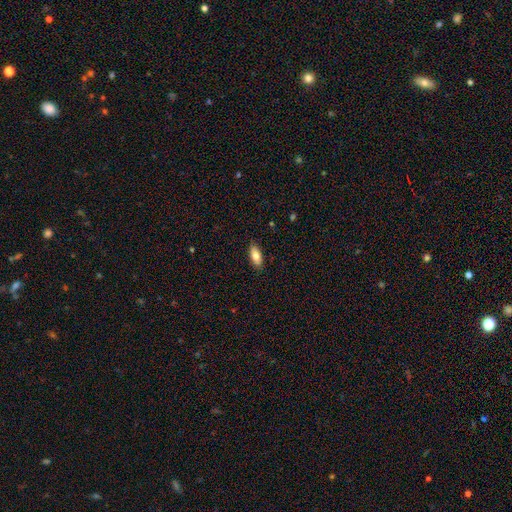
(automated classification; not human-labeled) This is clearly a smooth galaxy (82%). How rounded: clearly in between (84%). Merging: clearly none (86%).